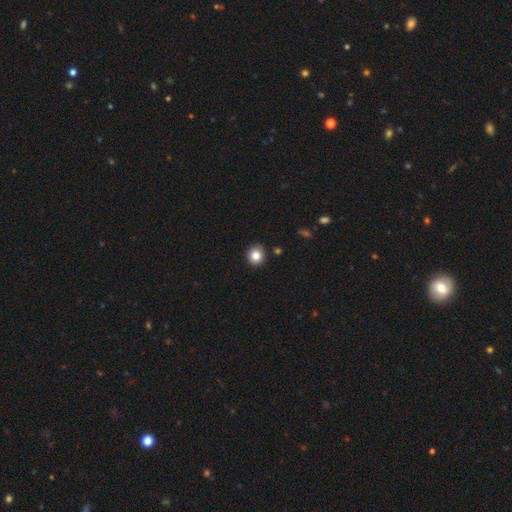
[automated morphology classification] This appears to be a smooth galaxy with no disk features (84%) that is round (79%). Merging: none (89%).